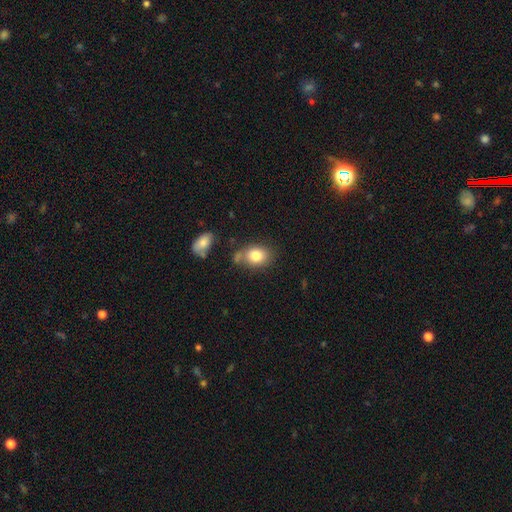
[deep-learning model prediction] A smooth galaxy with no disk features (80%) that is in between round and cigar-shaped (65%).

Vote fractions:
- Smooth or featured? smooth: 80% / featured or disk: 10% / star or artifact: 9%
- How rounded? in between: 65% / round: 34% / cigar-shaped: 1%
- Merging? none: 63% / minor disturbance: 18% / merger: 14% / major disturbance: 5%